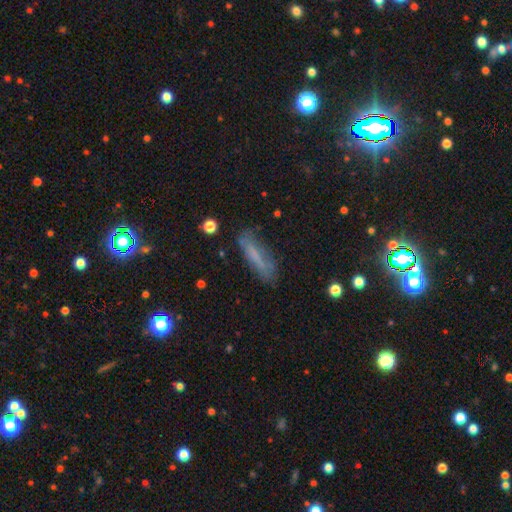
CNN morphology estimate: A smooth galaxy with no disk features (59%) that is cigar-shaped (69%). Merging: none (69%).